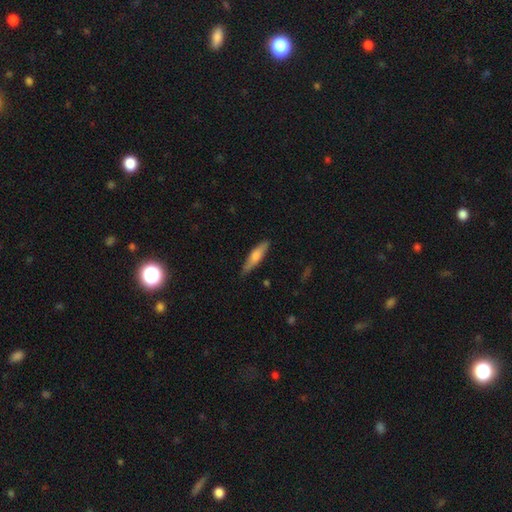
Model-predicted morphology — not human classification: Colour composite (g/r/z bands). It shows a smooth galaxy with no disk features (64%) that is cigar-shaped (78%). Merging: none (81%).